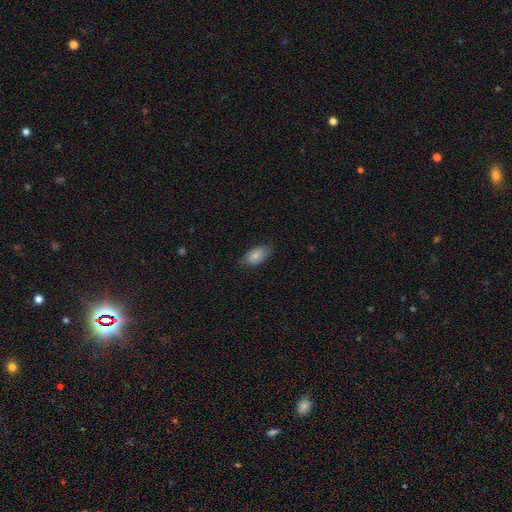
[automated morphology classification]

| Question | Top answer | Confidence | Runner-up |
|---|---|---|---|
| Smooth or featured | smooth | 79% | featured or disk (15%) |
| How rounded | in between | 93% | round (5%) |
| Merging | none | 74% | minor disturbance (21%) |